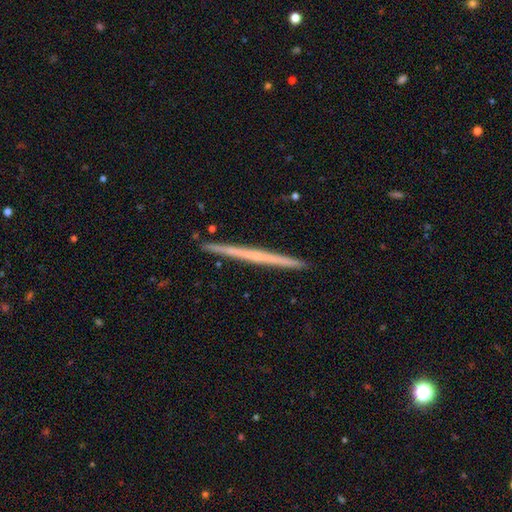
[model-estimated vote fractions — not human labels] Overall: featured or disk (60%; smooth 35%). Edge-on disk: yes (98%). Edge-on bulge: none (85%). Merging: none (93%).